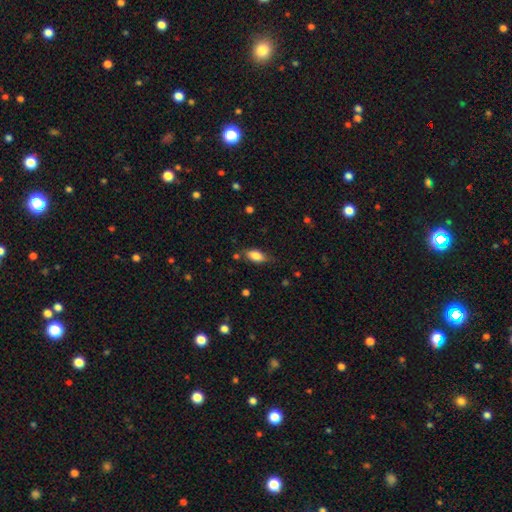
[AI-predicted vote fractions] Overall: smooth (80%). How rounded: in between (85%). Merging: none (73%).